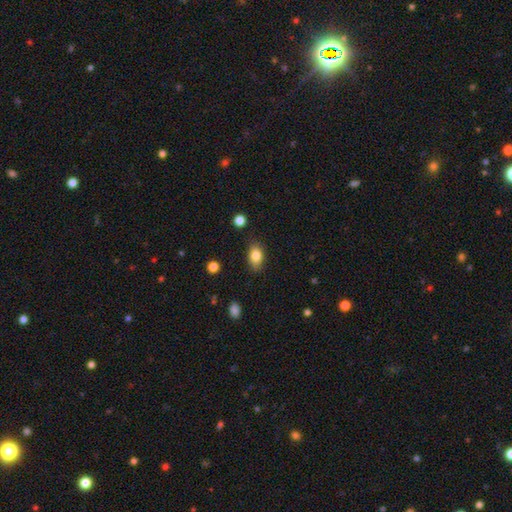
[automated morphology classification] Overall: smooth (83%). How rounded: in between (86%). Merging: none (84%).